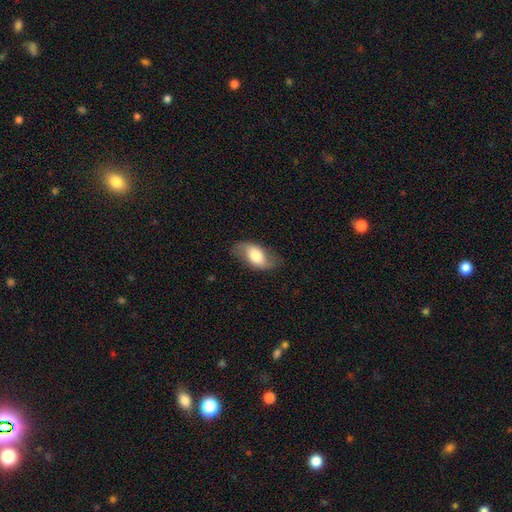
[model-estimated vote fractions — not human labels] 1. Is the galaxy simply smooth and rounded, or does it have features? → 51% smooth, 42% featured or disk, 7% star or artifact.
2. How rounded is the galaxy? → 90% in between, 6% round, 4% cigar-shaped.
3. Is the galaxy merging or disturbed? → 73% none, 19% minor disturbance, 7% major disturbance, 1% merger.